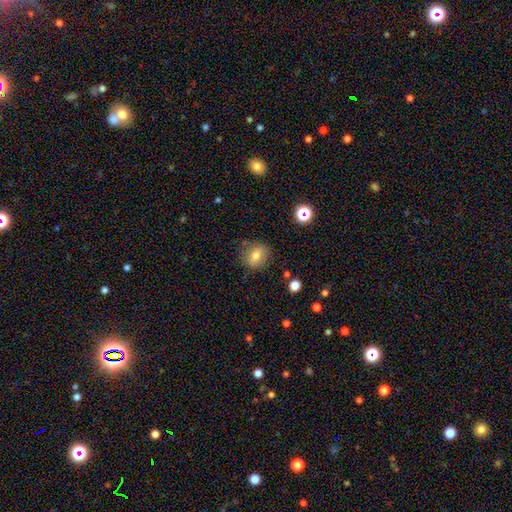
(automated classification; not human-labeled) Overall: smooth (74%). How rounded: round (74%). Merging: none (79%).